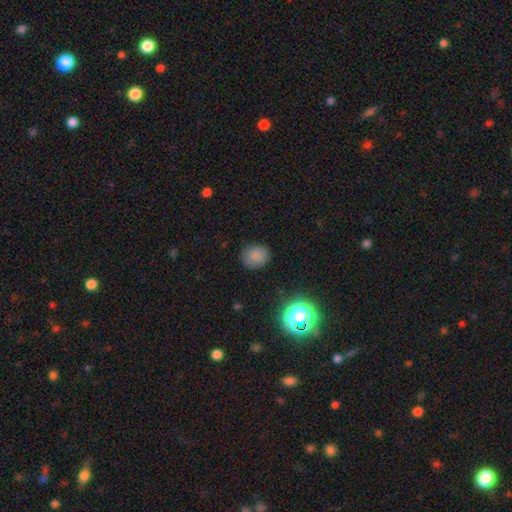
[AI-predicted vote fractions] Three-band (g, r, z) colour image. It shows a smooth galaxy with no disk features (81%) that is round (78%). Merging: none (84%).